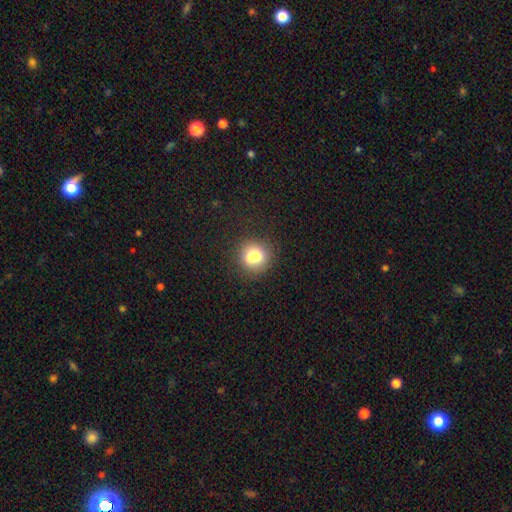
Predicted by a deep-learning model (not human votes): This appears to be a smooth galaxy with no disk features (75%) that is round (83%). Merging: none (59%).